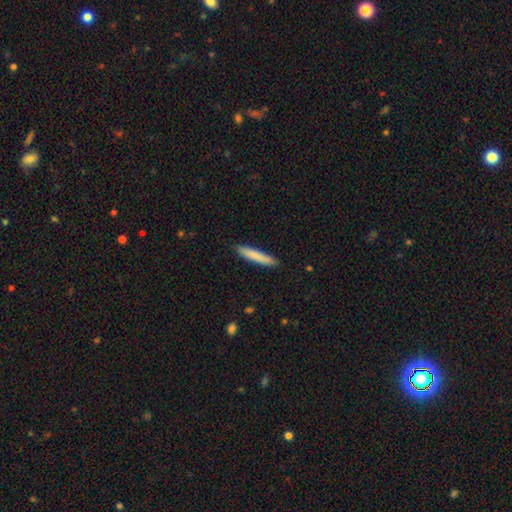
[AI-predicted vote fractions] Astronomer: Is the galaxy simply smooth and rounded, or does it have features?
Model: smooth — 83%.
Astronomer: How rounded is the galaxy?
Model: cigar-shaped — 93%.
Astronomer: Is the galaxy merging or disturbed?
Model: none — 89%.